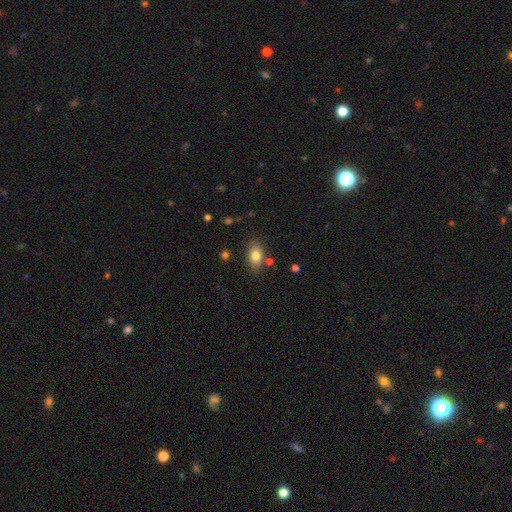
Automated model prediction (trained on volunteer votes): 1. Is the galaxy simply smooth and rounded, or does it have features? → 80% smooth, 11% featured or disk, 8% star or artifact.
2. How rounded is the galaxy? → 86% in between, 10% round, 4% cigar-shaped.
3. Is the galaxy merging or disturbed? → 79% none, 13% minor disturbance, 5% merger, 3% major disturbance.